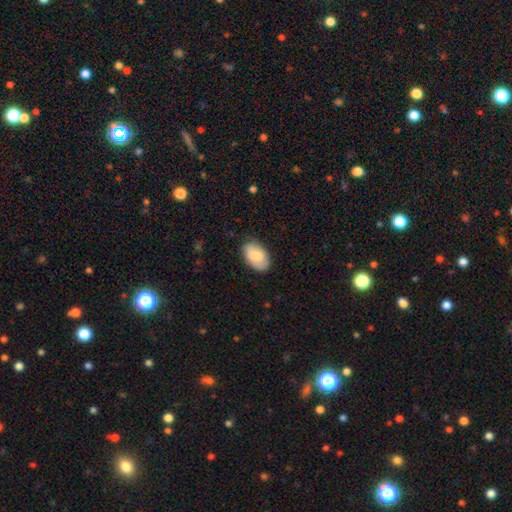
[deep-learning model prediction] Morphology: type=smooth (69%); roundness=in between (91%); merging=none (77%).